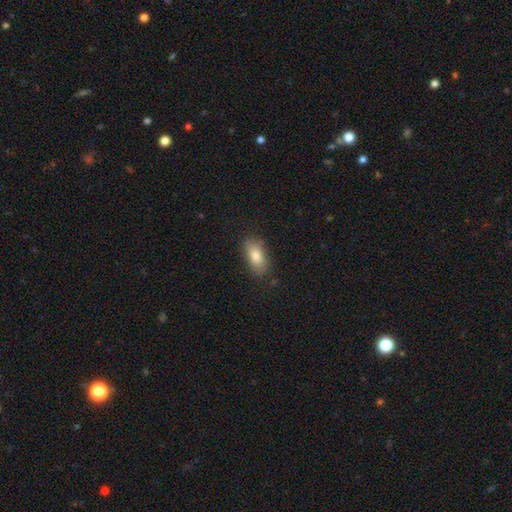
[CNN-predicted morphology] A smooth galaxy with no disk features (82%) that is in between round and cigar-shaped (88%).

Vote fractions:
- Smooth or featured? smooth: 82% / featured or disk: 10% / star or artifact: 8%
- How rounded? in between: 88% / cigar-shaped: 7% / round: 5%
- Merging? none: 84% / minor disturbance: 12% / major disturbance: 3% / merger: 1%